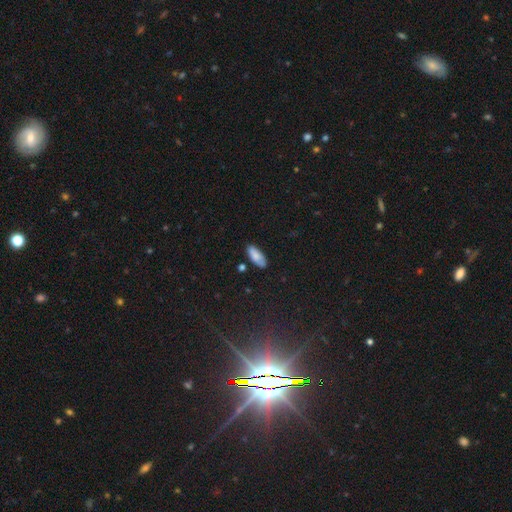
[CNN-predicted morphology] A smooth galaxy with no disk features (82%) that is in between round and cigar-shaped (83%). Merging: none (80%).